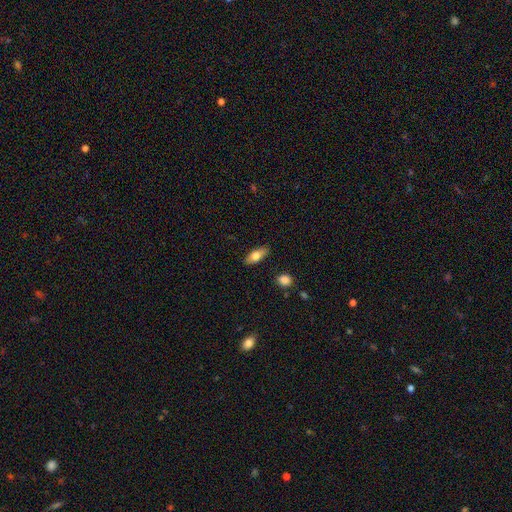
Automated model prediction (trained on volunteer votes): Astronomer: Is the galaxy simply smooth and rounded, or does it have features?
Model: smooth — 69%.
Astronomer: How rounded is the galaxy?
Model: in between — 76%.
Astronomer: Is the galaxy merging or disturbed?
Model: none — 86%.